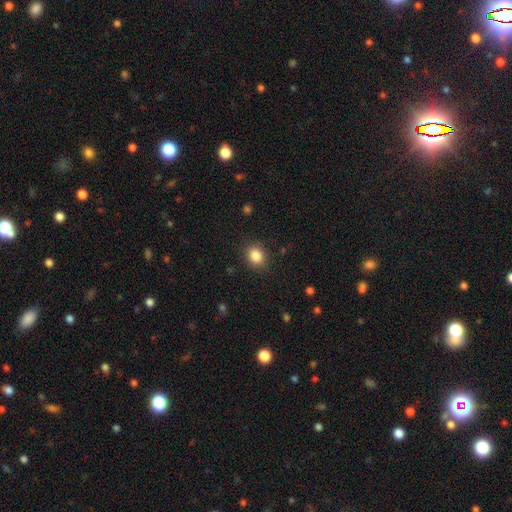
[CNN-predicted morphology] Smooth or featured? smooth (85%)
How rounded? round (65%)
Merging? none (86%)